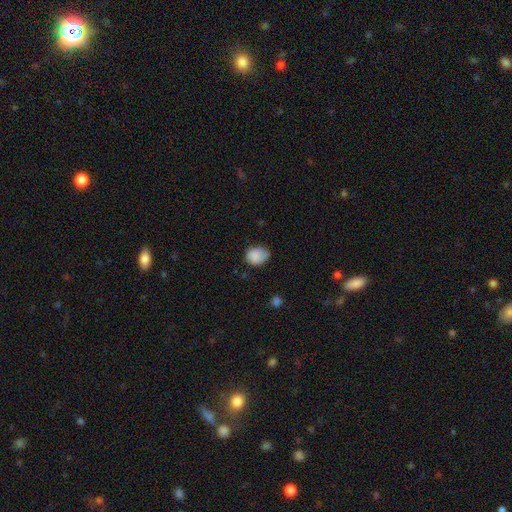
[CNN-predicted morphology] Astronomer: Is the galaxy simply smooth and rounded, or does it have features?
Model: smooth — 85%.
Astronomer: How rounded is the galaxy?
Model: in between — 52% (runner-up: round, 48%).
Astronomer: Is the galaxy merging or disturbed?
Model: none — 64%.